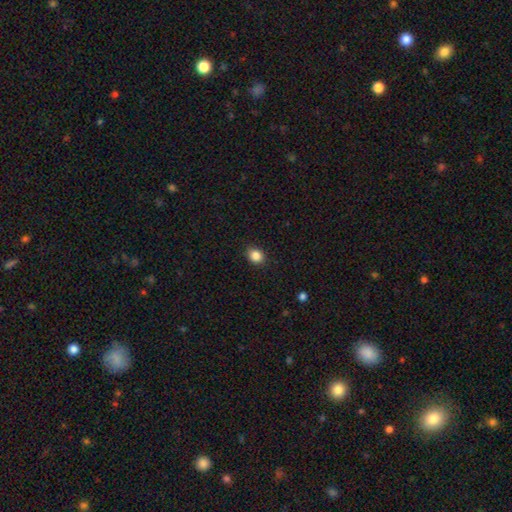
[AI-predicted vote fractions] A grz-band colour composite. It shows a smooth galaxy with no disk features (86%) that is round (60%). Merging: none (89%).